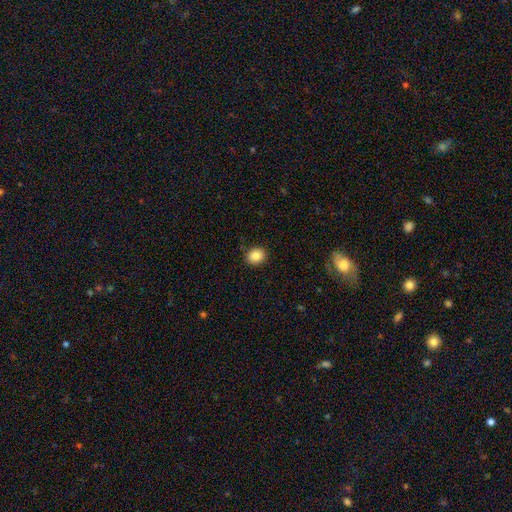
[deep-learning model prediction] Smooth or featured? smooth (86%)
How rounded? round (68%)
Merging? none (89%)